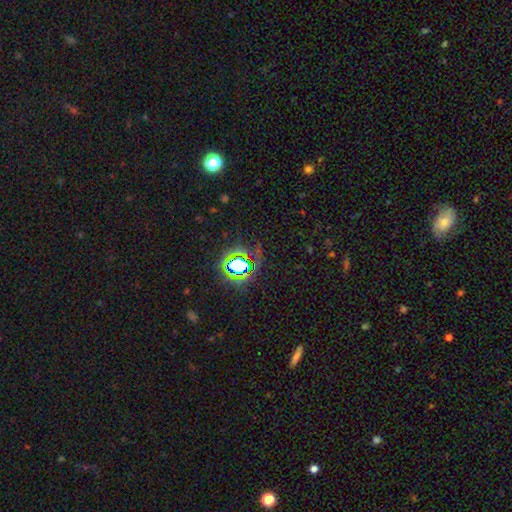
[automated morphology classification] Q: Smooth or featured?
A: star or artifact (77%); runner-up: smooth (15%)